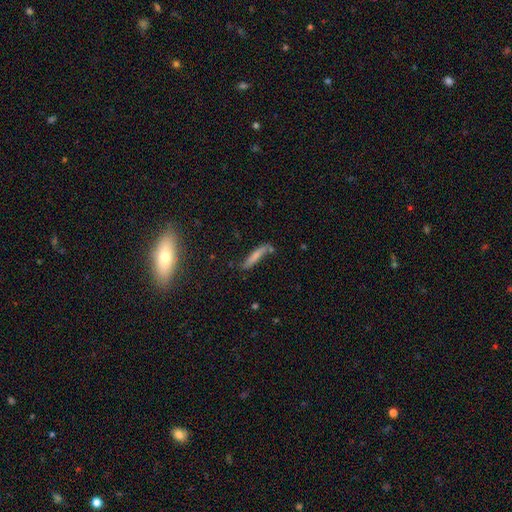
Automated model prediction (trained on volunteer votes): Smooth or featured? Predicted: smooth (p=0.68). How rounded? Predicted: cigar-shaped (p=0.89). Merging? Predicted: none (p=0.67).